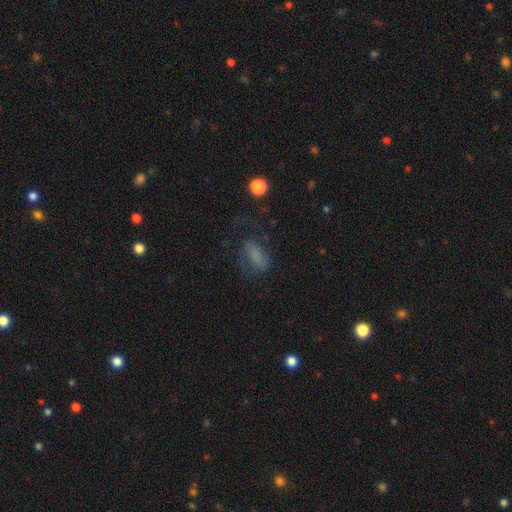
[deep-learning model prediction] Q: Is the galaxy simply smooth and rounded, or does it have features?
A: smooth — 62%.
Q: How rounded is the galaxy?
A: in between — 81%.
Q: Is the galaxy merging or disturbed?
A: none — 49%.